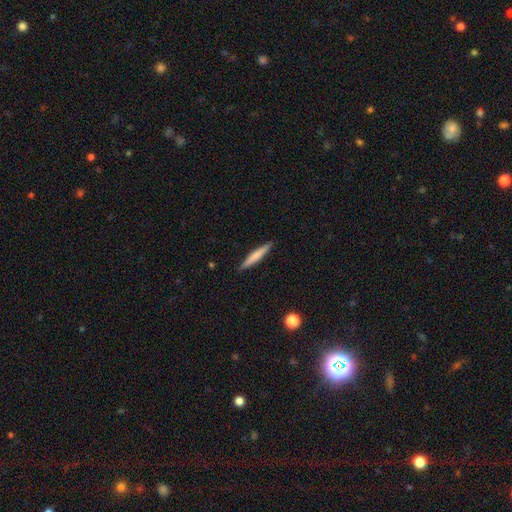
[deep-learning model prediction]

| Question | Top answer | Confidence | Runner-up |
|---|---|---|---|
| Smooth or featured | smooth | 64% | featured or disk (31%) |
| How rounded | cigar-shaped | 94% | in between (5%) |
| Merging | none | 91% | minor disturbance (6%) |